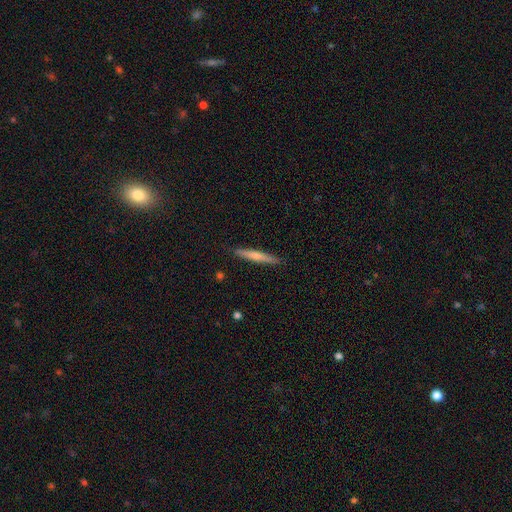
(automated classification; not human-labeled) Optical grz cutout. It shows a smooth galaxy with no disk features (59%) that is cigar-shaped (94%). Merging: none (89%).